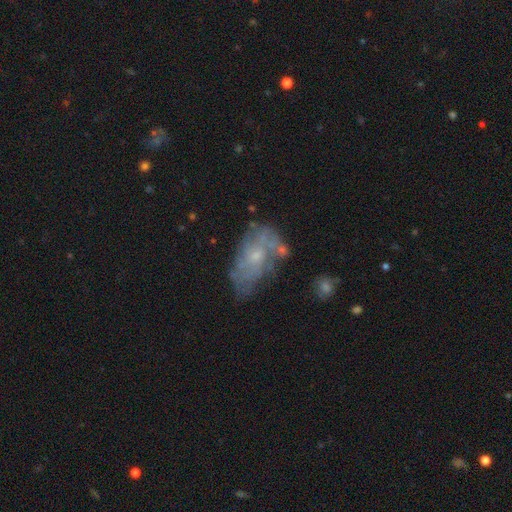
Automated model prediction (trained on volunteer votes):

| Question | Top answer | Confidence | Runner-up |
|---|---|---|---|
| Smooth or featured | featured or disk | 58% | smooth (31%) |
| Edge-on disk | no | 94% | yes (6%) |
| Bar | no | 81% | weak (16%) |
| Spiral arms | no | 51% | yes (49%) |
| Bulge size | small | 64% | moderate (27%) |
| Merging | none | 45% | minor disturbance (26%) |